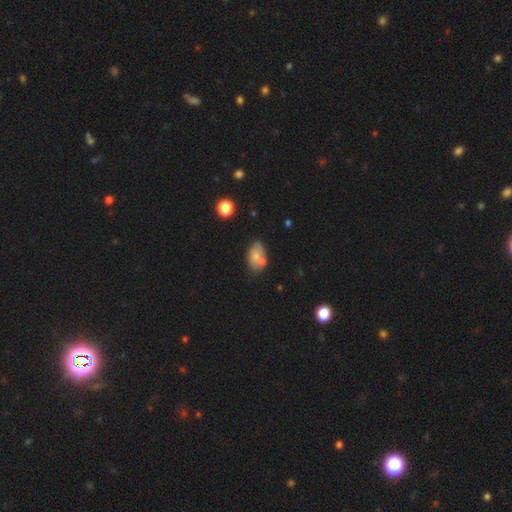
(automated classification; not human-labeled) smooth-or-featured: smooth: 73% | featured or disk: 18% | star or artifact: 9%
  how-rounded: in between: 89% | round: 9% | cigar-shaped: 2%
  merging: none: 56% | merger: 19% | minor disturbance: 19% | major disturbance: 5%